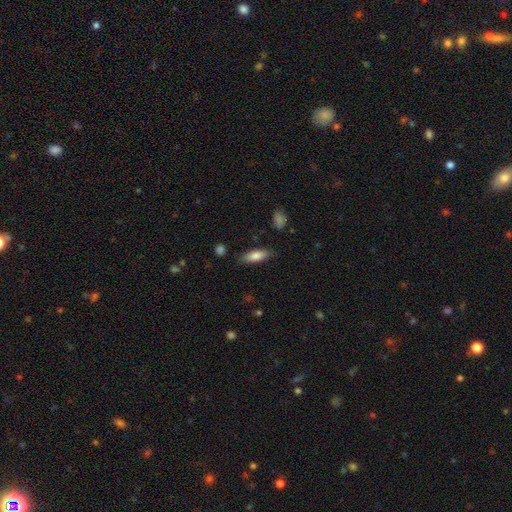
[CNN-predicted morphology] This appears to be a smooth galaxy with no disk features (78%) that is in between round and cigar-shaped (58%). Merging: none (82%).